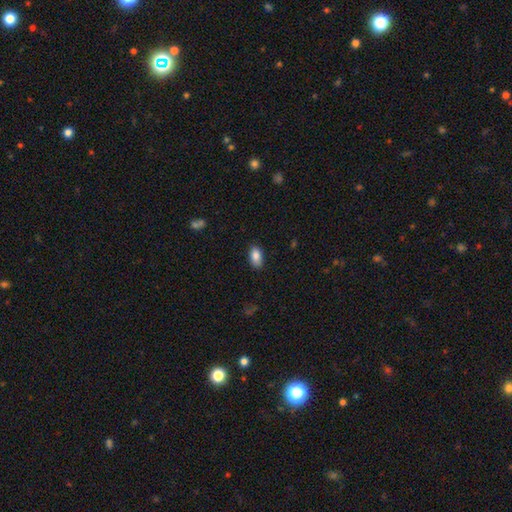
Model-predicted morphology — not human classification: This appears to be a smooth galaxy with no disk features (87%) that is in between round and cigar-shaped (92%). Merging: none (85%).